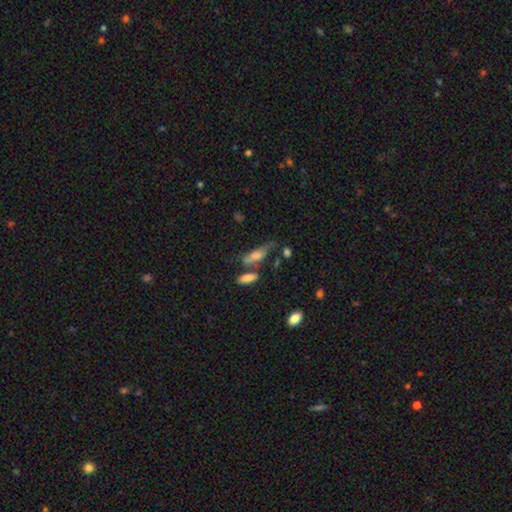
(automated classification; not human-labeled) Smooth or featured: smooth — 60% (featured or disk — 30%)
How rounded: in between — 55% (cigar-shaped — 41%)
Merging: none — 41% (merger — 25%)